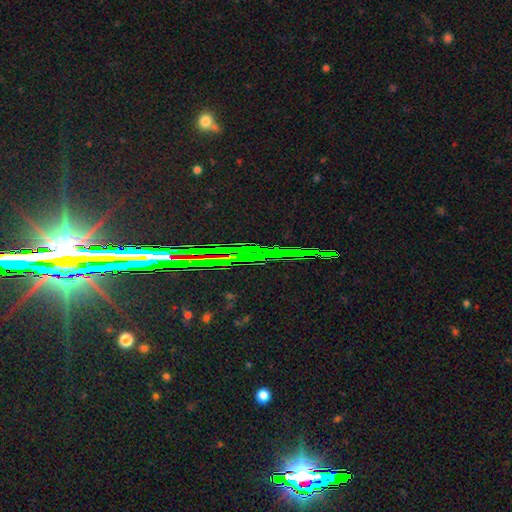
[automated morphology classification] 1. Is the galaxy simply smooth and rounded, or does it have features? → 83% star or artifact, 10% featured or disk, 7% smooth.